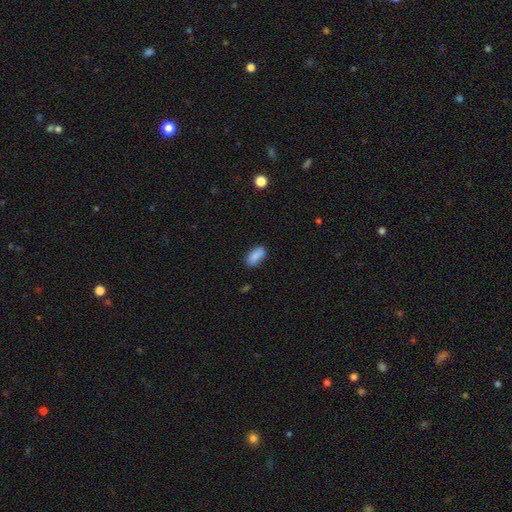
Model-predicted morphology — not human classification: Overall: smooth (85%). How rounded: in between (89%). Merging: none (77%).